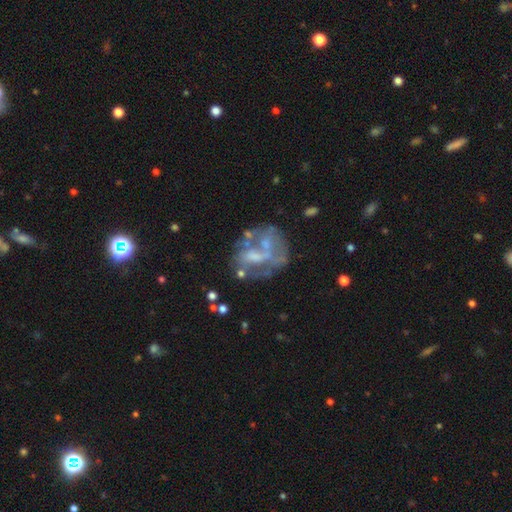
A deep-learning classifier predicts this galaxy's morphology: The model was most divided on "bulge size": none: 40%, small: 30%, moderate: 26%, large: 3%, dominant: 1%. Remaining: edge-on disk — no (97%); spiral arms — no (76%); bar — no (70%); smooth or featured — featured or disk (67%); merging — none (44%).